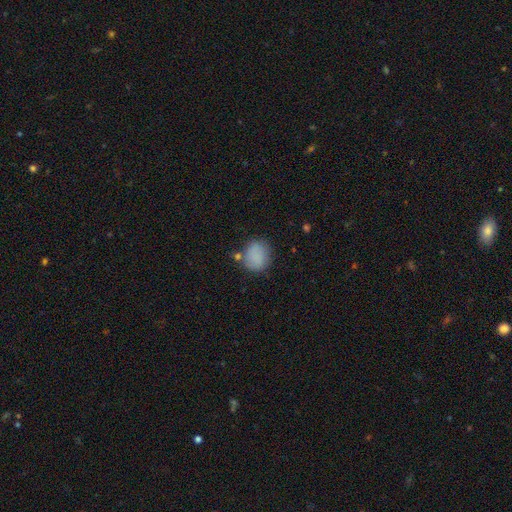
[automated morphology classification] This is clearly a smooth galaxy (83%). How rounded: likely round (75%). Merging: likely none (69%).